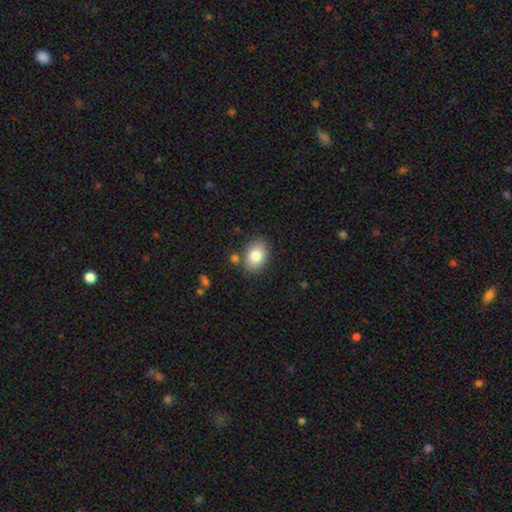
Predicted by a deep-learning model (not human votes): This is clearly a smooth galaxy (82%). How rounded: likely in between (79%). Merging: clearly none (82%).